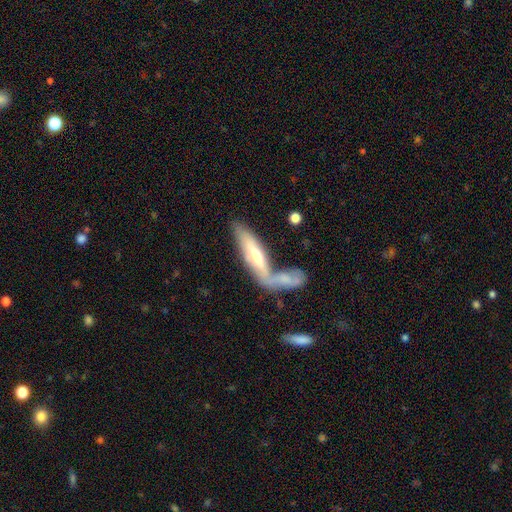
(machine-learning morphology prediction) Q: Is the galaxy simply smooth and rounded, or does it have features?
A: featured or disk — 53%.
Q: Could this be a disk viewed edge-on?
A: yes — 68%.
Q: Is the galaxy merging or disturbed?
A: merger — 41%.